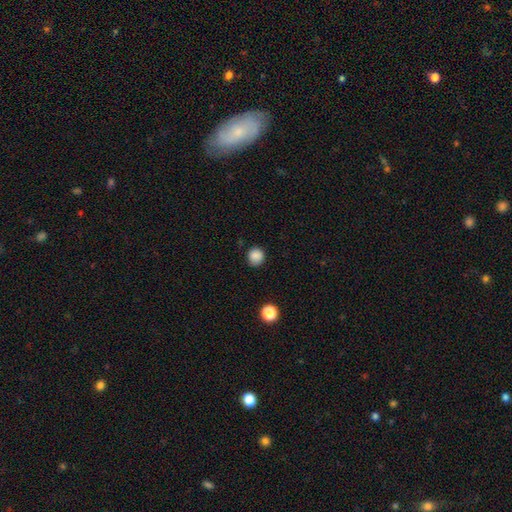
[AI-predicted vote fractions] Q: Smooth or featured?
A: smooth (87%); runner-up: star or artifact (11%)
Q: How rounded?
A: round (89%); runner-up: in between (10%)
Q: Merging?
A: none (86%); runner-up: minor disturbance (10%)